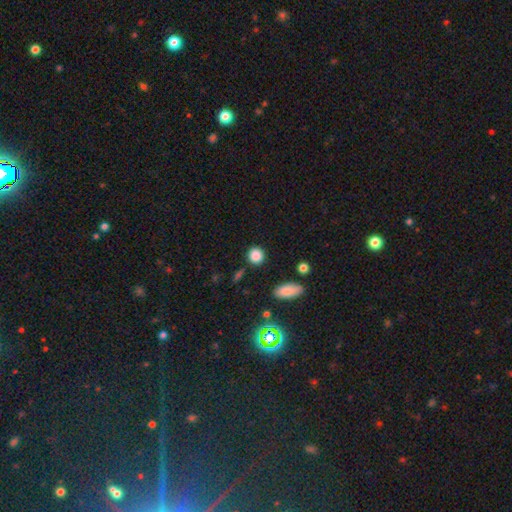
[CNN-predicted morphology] Overall: smooth (85%). How rounded: round (86%). Merging: none (86%).